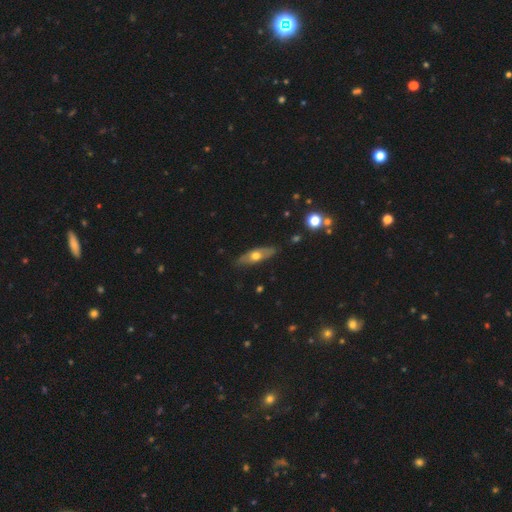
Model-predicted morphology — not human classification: smooth_or_featured: featured or disk (p=0.49) [alt: smooth p=0.45]
merging: none (p=0.83) [alt: minor disturbance p=0.13]